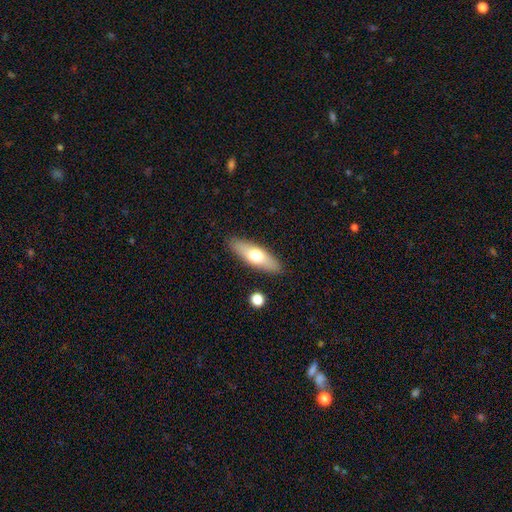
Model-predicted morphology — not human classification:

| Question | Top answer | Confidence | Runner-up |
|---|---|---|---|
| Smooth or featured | smooth | 61% | featured or disk (34%) |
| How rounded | in between | 52% | cigar-shaped (45%) |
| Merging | none | 88% | minor disturbance (8%) |